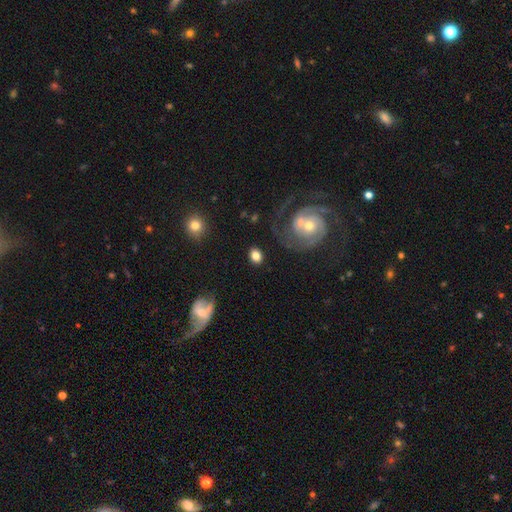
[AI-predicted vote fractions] This appears to be a smooth galaxy with no disk features (74%) that is in between round and cigar-shaped (58%). Merging: none (76%).